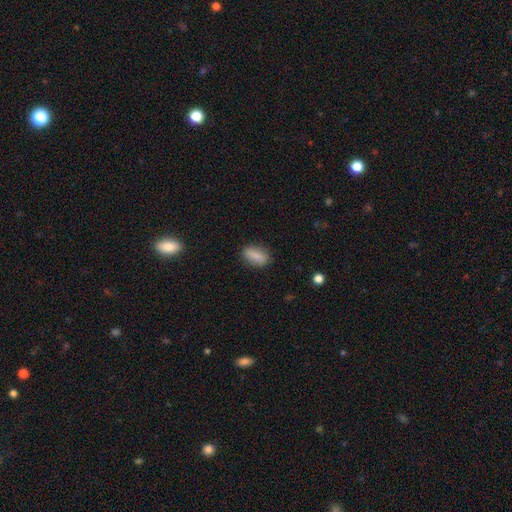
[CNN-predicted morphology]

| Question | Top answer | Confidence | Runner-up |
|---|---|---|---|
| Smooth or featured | smooth | 84% | featured or disk (8%) |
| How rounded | in between | 77% | cigar-shaped (18%) |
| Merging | none | 83% | minor disturbance (12%) |